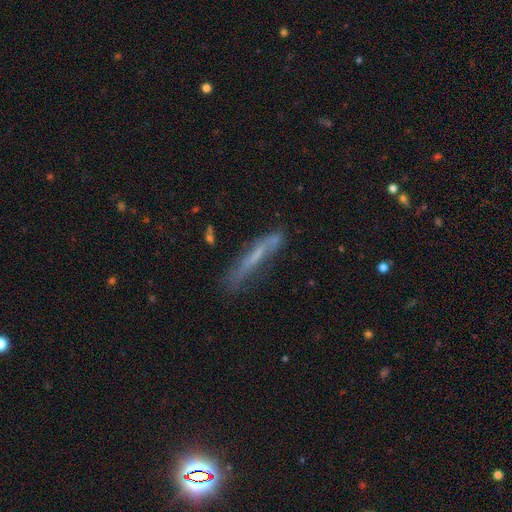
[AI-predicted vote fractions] Smooth or featured? Predicted: featured or disk (p=0.46). Merging? Predicted: none (p=0.57).